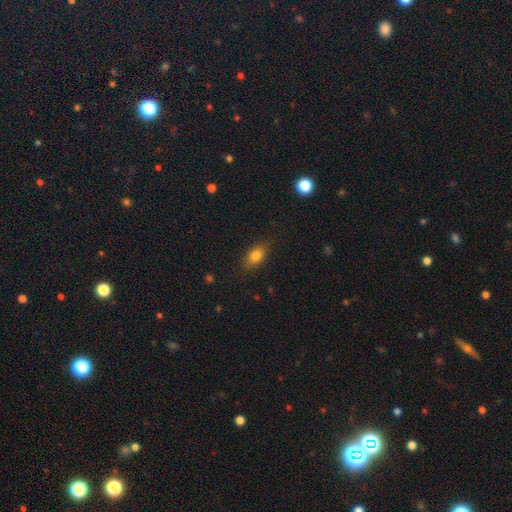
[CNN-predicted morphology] Smooth or featured?
  - smooth: 80% *
  - featured or disk: 11%
  - star or artifact: 9%
How rounded?
  - in between: 82% *
  - round: 10%
  - cigar-shaped: 7%
Merging?
  - none: 82% *
  - minor disturbance: 14%
  - major disturbance: 3%
  - merger: 1%